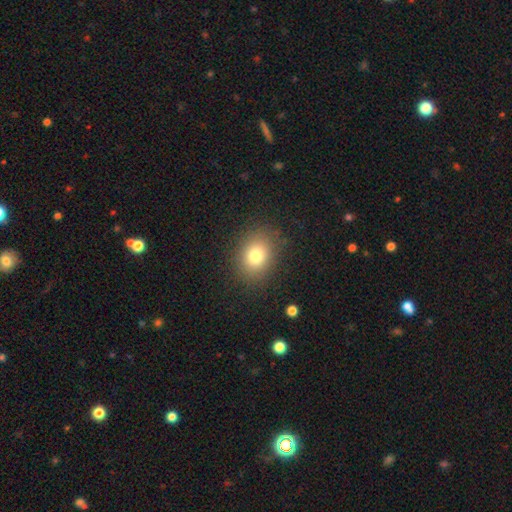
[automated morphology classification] Overall: smooth (78%). How rounded: in between (50%; round 49%). Merging: none (85%).